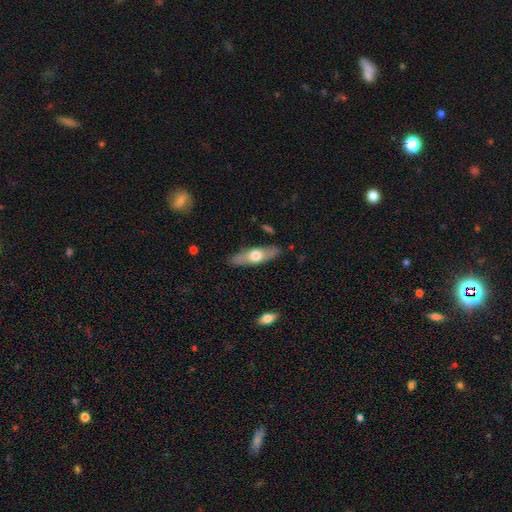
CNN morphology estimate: Smooth or featured? smooth (51%)
How rounded? cigar-shaped (55%)
Merging? none (86%)